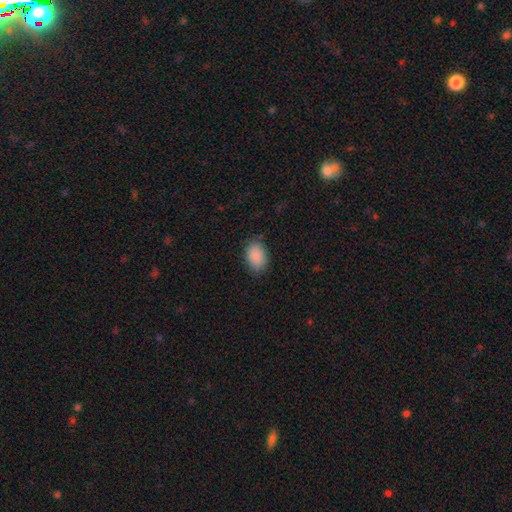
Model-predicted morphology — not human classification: smooth_or_featured: smooth (p=0.89) [alt: star or artifact p=0.07]
how_rounded: in between (p=0.85) [alt: round p=0.14]
merging: none (p=0.84) [alt: minor disturbance p=0.12]